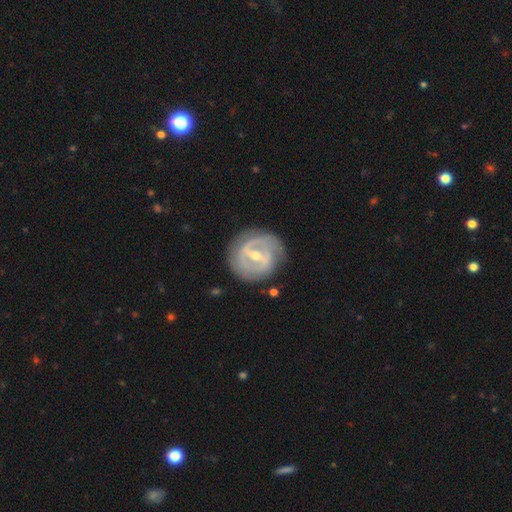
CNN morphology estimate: Smooth or featured: featured or disk — 83% (smooth — 12%)
Edge-on disk: no — 96% (yes — 4%)
Bar: strong — 50% (weak — 39%)
Spiral arms: yes — 81% (no — 19%)
Spiral winding: tight — 60% (medium — 31%)
Spiral arm count: 2 — 65% (can't tell — 21%)
Bulge size: moderate — 54% (small — 42%)
Merging: none — 79% (minor disturbance — 14%)